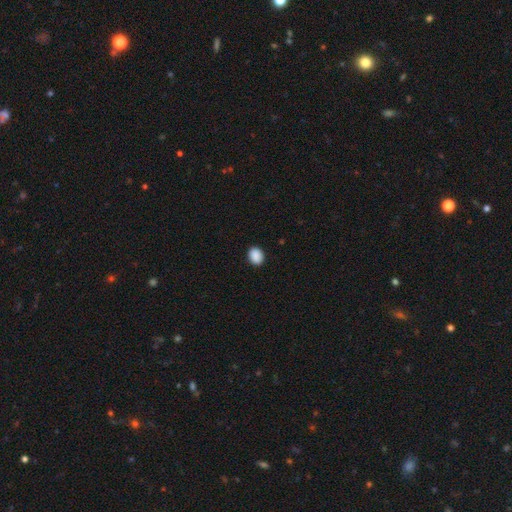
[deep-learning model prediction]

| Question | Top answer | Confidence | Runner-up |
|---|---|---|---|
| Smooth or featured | smooth | 90% | star or artifact (8%) |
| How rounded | in between | 52% | round (47%) |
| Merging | none | 90% | minor disturbance (7%) |